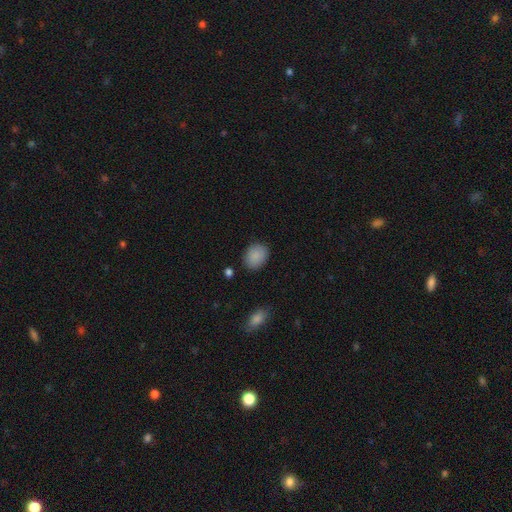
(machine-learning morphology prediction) Smooth or featured?
  - smooth: 89% *
  - star or artifact: 7%
  - featured or disk: 4%
How rounded?
  - in between: 61% *
  - round: 38%
  - cigar-shaped: 1%
Merging?
  - none: 85% *
  - minor disturbance: 10%
  - major disturbance: 3%
  - merger: 2%